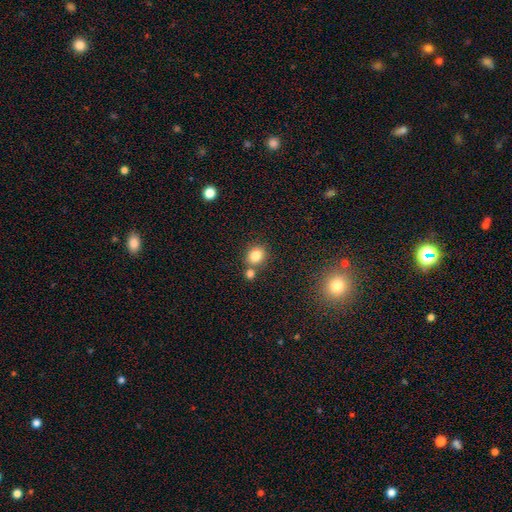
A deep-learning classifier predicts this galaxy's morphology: The model was most divided on "merging": none: 62%, merger: 24%, minor disturbance: 10%, major disturbance: 3%. More confident: smooth or featured — smooth (82%); how rounded — round (71%).